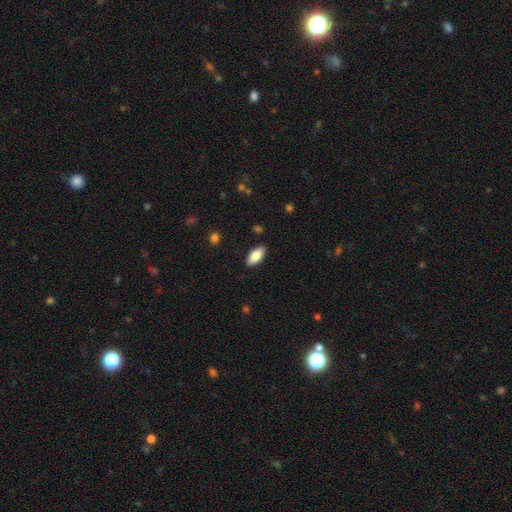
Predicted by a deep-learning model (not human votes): This appears to be a smooth galaxy with no disk features (80%) that is in between round and cigar-shaped (88%). Merging: none (89%).